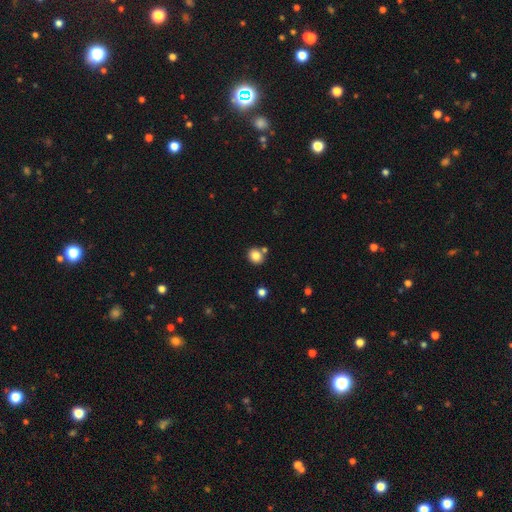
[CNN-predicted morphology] This is clearly a smooth galaxy (83%). How rounded: likely round (74%). Merging: likely none (75%).